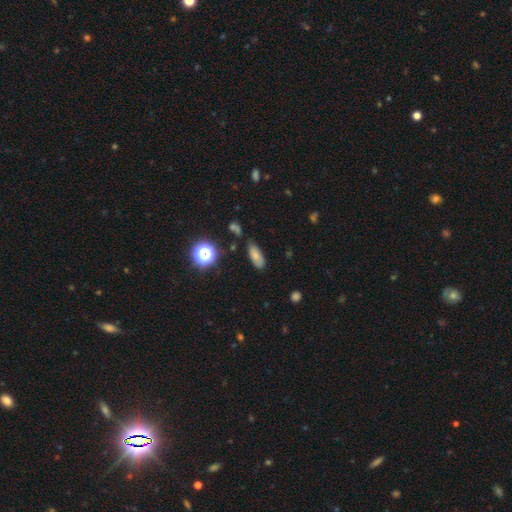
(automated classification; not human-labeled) Morphology: type=smooth (74%); roundness=in between (80%); merging=none (64%).